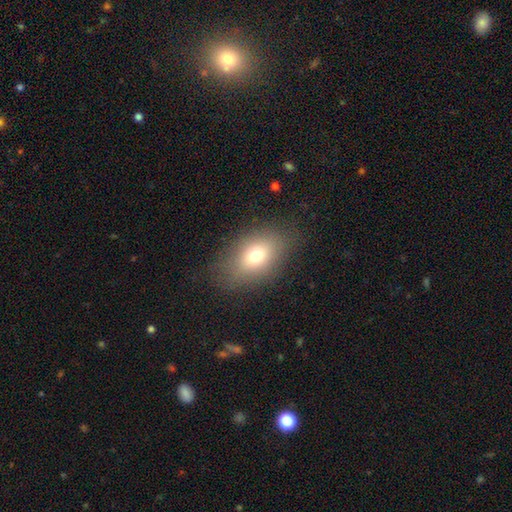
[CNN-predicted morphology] This is likely a smooth galaxy (71%). How rounded: likely in between (78%). Merging: clearly none (81%).